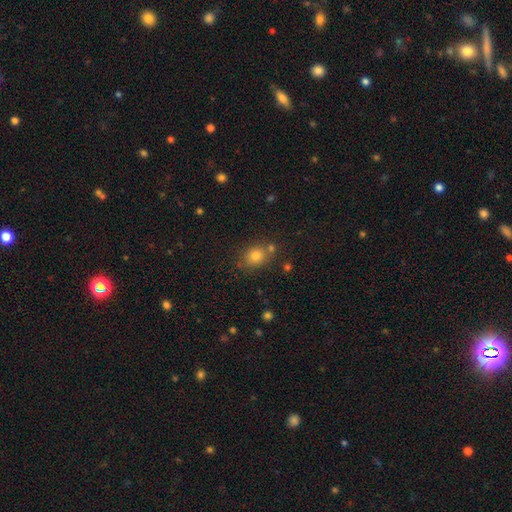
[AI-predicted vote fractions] smooth_or_featured: smooth (p=0.77) [alt: star or artifact p=0.15]
how_rounded: round (p=0.58) [alt: in between p=0.41]
merging: none (p=0.71) [alt: merger p=0.13]